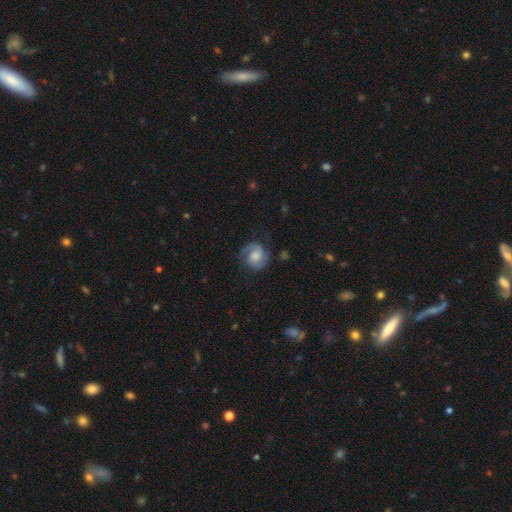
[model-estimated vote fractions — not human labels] Morphology: type=featured or disk (67%); edge-on=no (98%); bar=no (64%); spiral arms=yes (94%); winding=medium (45%); arm count=2 (82%); bulge=moderate (45%); merging=none (73%).